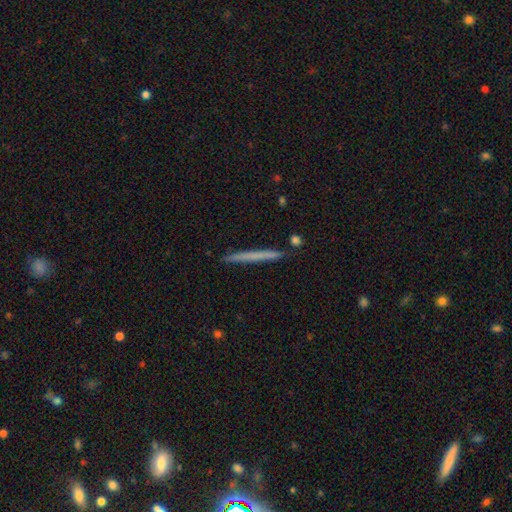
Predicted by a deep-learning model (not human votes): A smooth galaxy with no disk features (58%) that is cigar-shaped (97%).

Vote fractions:
- Smooth or featured? smooth: 58% / featured or disk: 36% / star or artifact: 6%
- How rounded? cigar-shaped: 97% / in between: 2% / round: 1%
- Merging? none: 90% / minor disturbance: 6% / merger: 2% / major disturbance: 1%